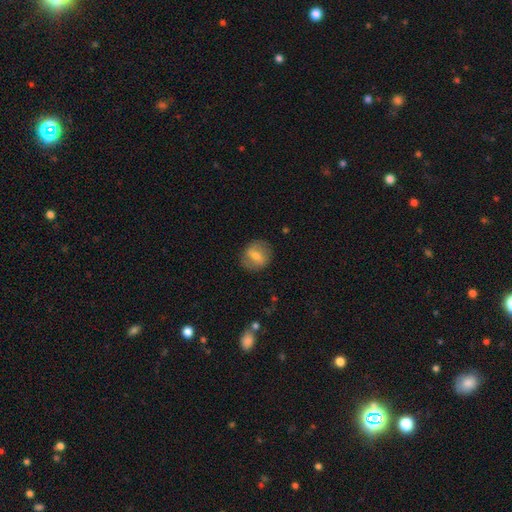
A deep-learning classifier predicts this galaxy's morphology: type=smooth (57%); roundness=round (67%); merging=none (81%).